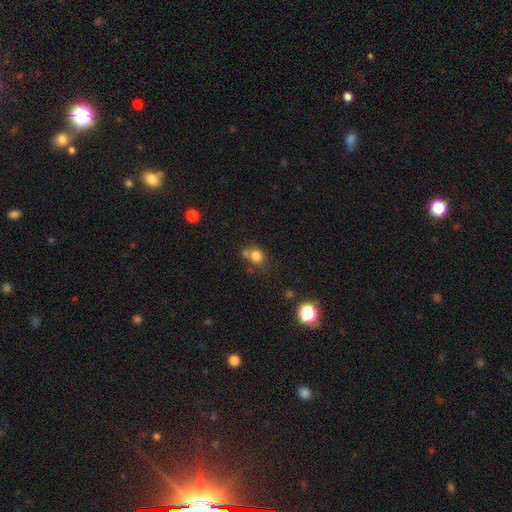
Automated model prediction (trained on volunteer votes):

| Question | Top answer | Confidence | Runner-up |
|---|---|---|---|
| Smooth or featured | smooth | 78% | star or artifact (13%) |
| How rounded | round | 65% | in between (34%) |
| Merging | none | 50% | merger (24%) |